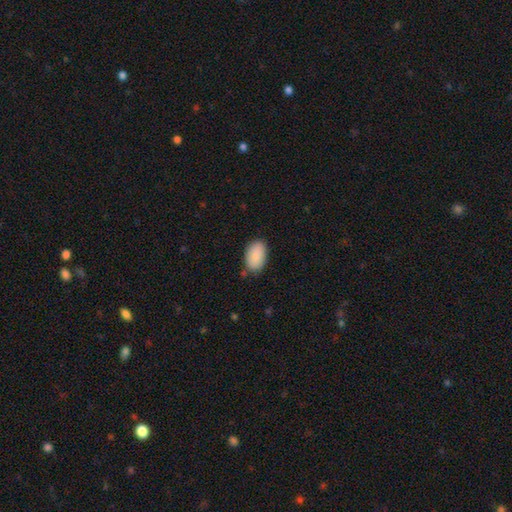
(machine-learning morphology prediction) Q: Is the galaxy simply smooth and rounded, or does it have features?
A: smooth — 87%.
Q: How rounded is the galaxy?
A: in between — 93%.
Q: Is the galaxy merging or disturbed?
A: none — 82%.